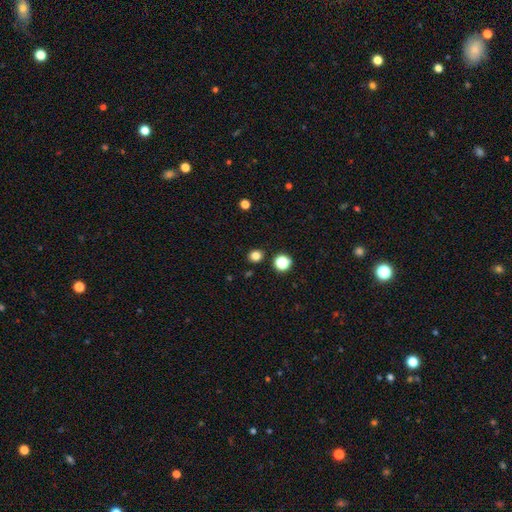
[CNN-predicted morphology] Smooth or featured? Predicted: smooth (p=0.81). How rounded? Predicted: round (p=0.80). Merging? Predicted: none (p=0.88).